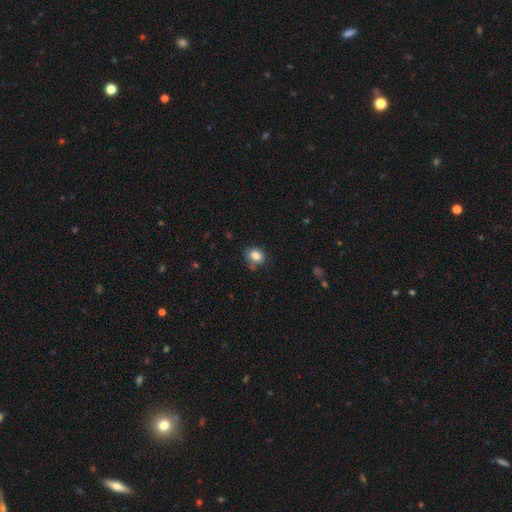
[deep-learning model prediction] A smooth galaxy with no disk features (82%) that is round (62%).

Vote fractions:
- Smooth or featured? smooth: 82% / star or artifact: 10% / featured or disk: 8%
- How rounded? round: 62% / in between: 37% / cigar-shaped: 1%
- Merging? none: 72% / minor disturbance: 20% / major disturbance: 5% / merger: 3%